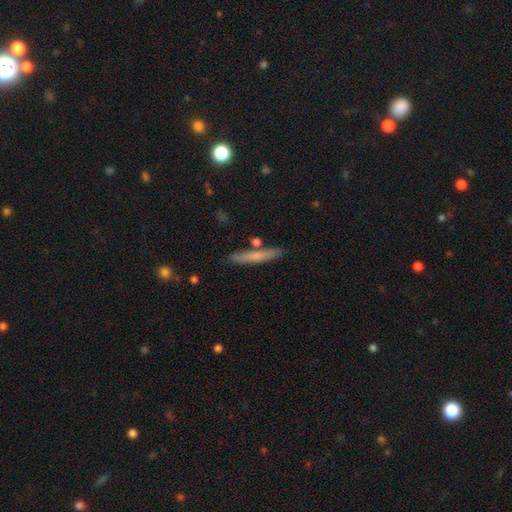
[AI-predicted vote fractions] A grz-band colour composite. It shows a smooth galaxy with no disk features (63%) that is cigar-shaped (94%). Merging: none (84%).